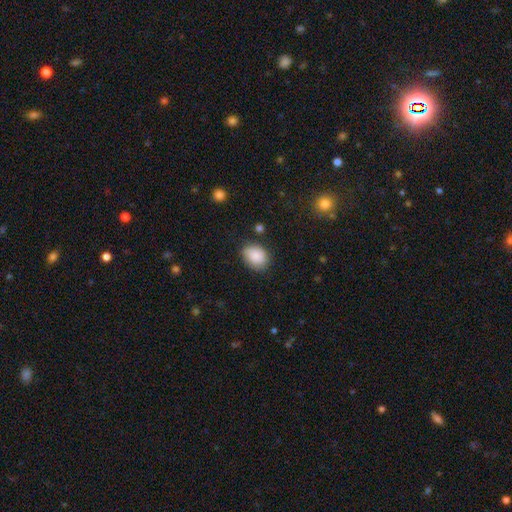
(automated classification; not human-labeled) Smooth or featured?
  - smooth: 86% *
  - star or artifact: 8%
  - featured or disk: 6%
How rounded?
  - in between: 59% *
  - round: 40%
  - cigar-shaped: 1%
Merging?
  - none: 75% *
  - minor disturbance: 19%
  - major disturbance: 4%
  - merger: 2%